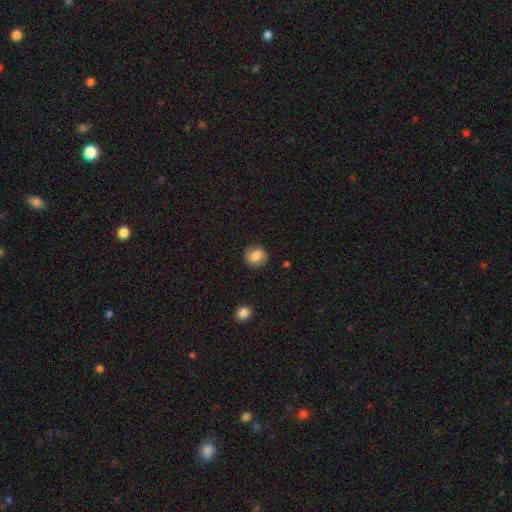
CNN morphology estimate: Smooth or featured?
  - smooth: 70% *
  - featured or disk: 21%
  - star or artifact: 9%
How rounded?
  - round: 78% *
  - in between: 21%
  - cigar-shaped: 1%
Merging?
  - none: 81% *
  - minor disturbance: 14%
  - major disturbance: 4%
  - merger: 1%